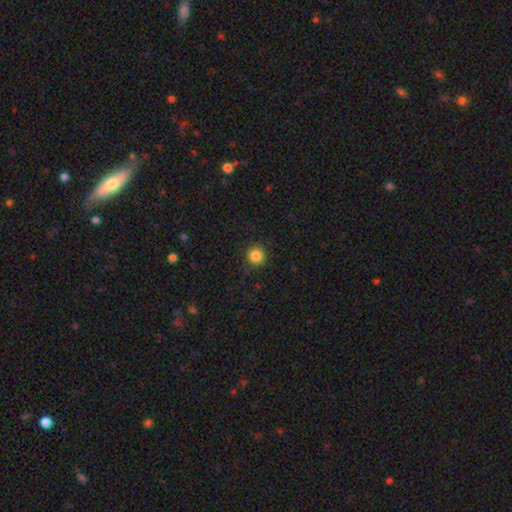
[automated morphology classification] type=smooth (85%); roundness=round (94%); merging=none (90%).